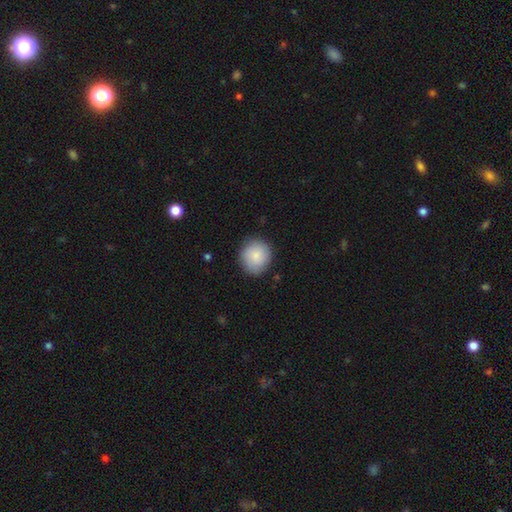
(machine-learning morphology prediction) Smooth or featured?
  - smooth: 86% *
  - featured or disk: 8%
  - star or artifact: 6%
How rounded?
  - round: 88% *
  - in between: 11%
  - cigar-shaped: 1%
Merging?
  - none: 86% *
  - minor disturbance: 10%
  - major disturbance: 2%
  - merger: 1%